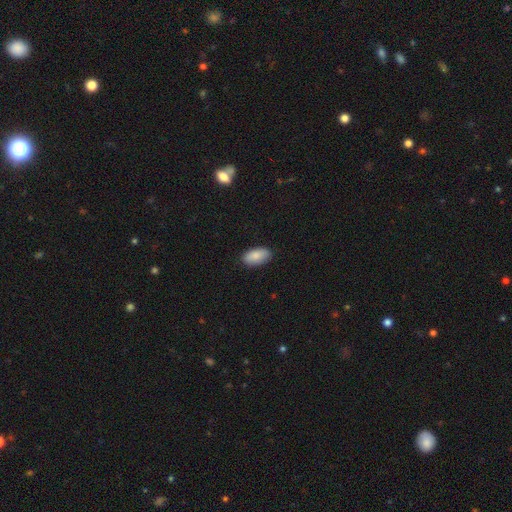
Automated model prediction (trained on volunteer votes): smooth-or-featured: smooth: 88% | star or artifact: 6% | featured or disk: 6%
  how-rounded: in between: 94% | cigar-shaped: 3% | round: 3%
  merging: none: 86% | minor disturbance: 11% | major disturbance: 2% | merger: 1%